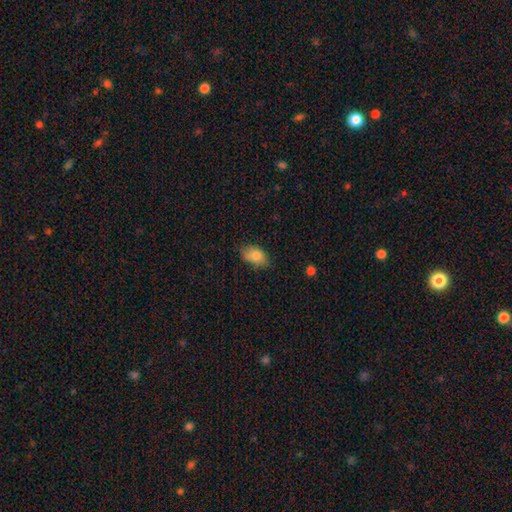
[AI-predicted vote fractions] The model was most divided on "merging": none: 69%, minor disturbance: 24%, major disturbance: 5%, merger: 2%. More confident: how rounded — in between (90%); smooth or featured — smooth (81%).